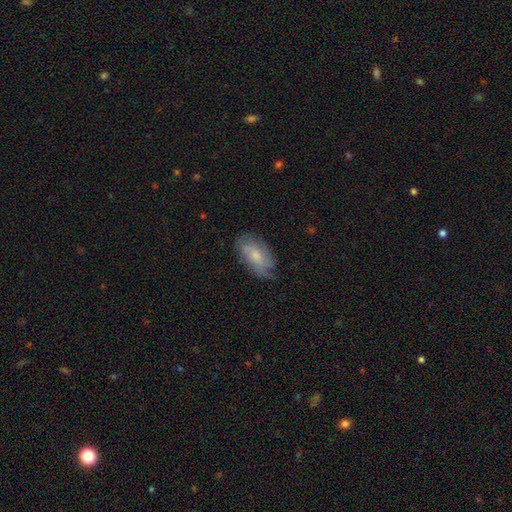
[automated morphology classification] This appears to be a smooth galaxy with no disk features (47%). Merging: none (65%).